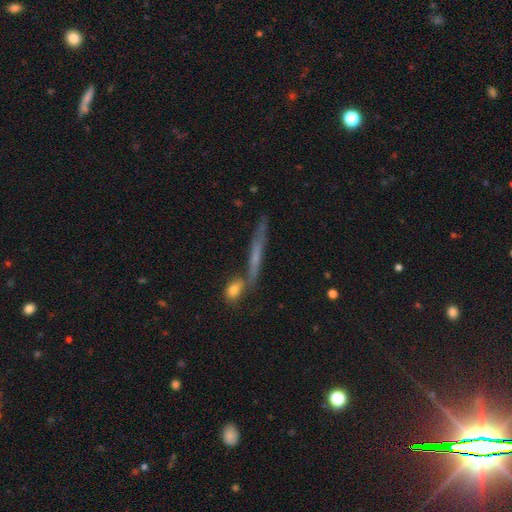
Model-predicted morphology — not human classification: Smooth or featured: featured or disk — 46% (smooth — 42%)
Merging: none — 58% (merger — 21%)